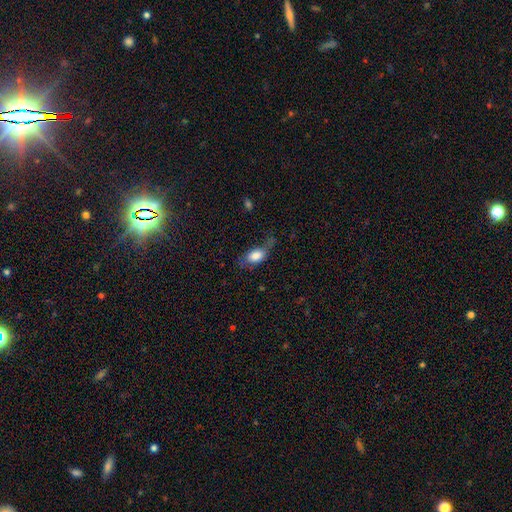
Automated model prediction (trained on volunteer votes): A smooth galaxy with no disk features (79%) that is in between round and cigar-shaped (88%).

Vote fractions:
- Smooth or featured? smooth: 79% / featured or disk: 13% / star or artifact: 8%
- How rounded? in between: 88% / round: 7% / cigar-shaped: 5%
- Merging? none: 44% / minor disturbance: 31% / major disturbance: 21% / merger: 4%